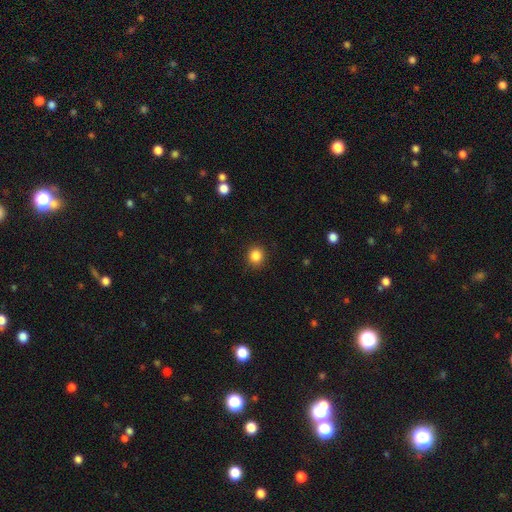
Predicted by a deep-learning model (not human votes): Q: Smooth or featured?
A: smooth (85%); runner-up: star or artifact (11%)
Q: How rounded?
A: round (87%); runner-up: in between (12%)
Q: Merging?
A: none (90%); runner-up: minor disturbance (7%)